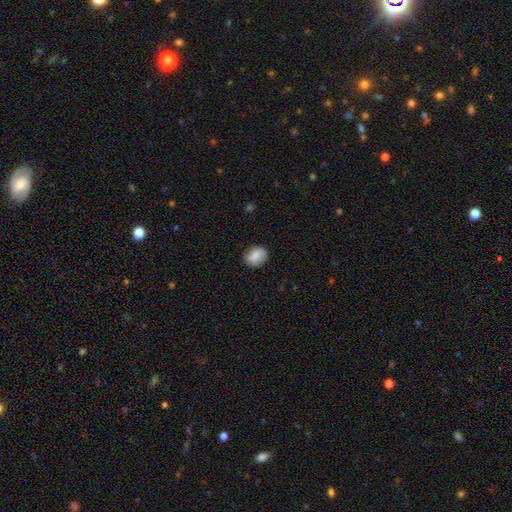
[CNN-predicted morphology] smooth-or-featured: smooth: 82% | featured or disk: 11% | star or artifact: 7%
  how-rounded: round: 50% | in between: 49% | cigar-shaped: 1%
  merging: none: 83% | minor disturbance: 13% | major disturbance: 3% | merger: 1%